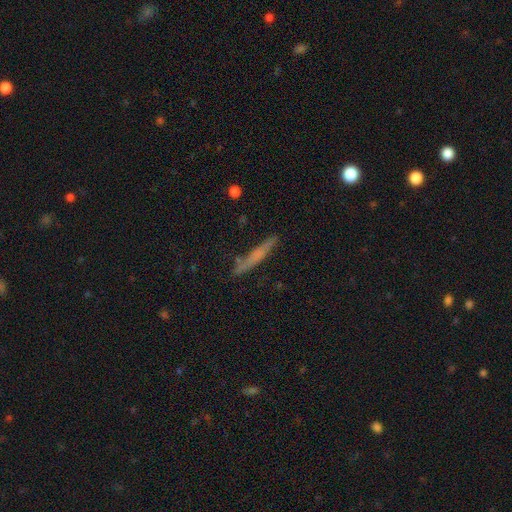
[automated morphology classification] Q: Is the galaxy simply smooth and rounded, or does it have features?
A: smooth — 49%.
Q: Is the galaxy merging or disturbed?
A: none — 79%.